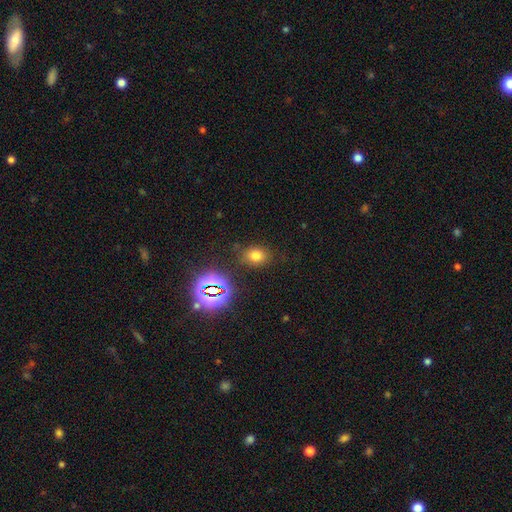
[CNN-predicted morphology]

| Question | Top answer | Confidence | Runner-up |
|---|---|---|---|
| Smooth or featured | smooth | 68% | star or artifact (23%) |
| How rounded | in between | 50% | round (49%) |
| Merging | none | 80% | minor disturbance (12%) |